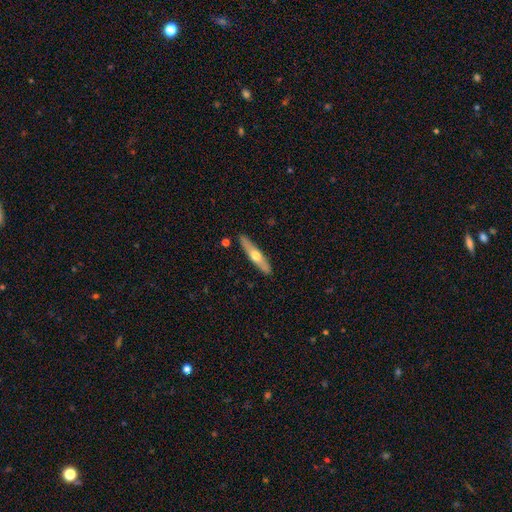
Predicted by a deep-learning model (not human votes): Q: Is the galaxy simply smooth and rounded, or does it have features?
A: featured or disk — 49%.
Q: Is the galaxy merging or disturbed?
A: none — 88%.